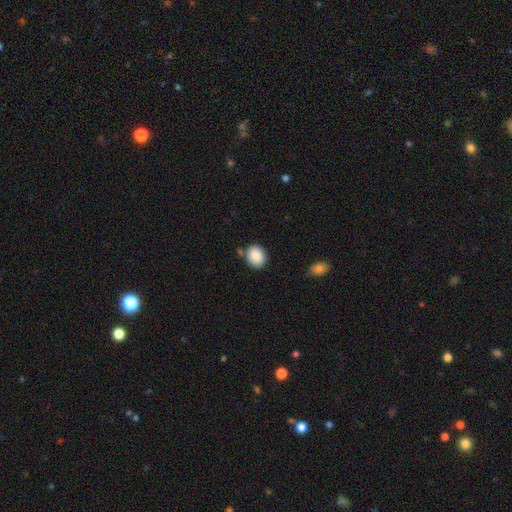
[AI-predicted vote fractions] The model was most divided on "how rounded": round: 51%, in between: 49%, cigar-shaped: 1%. More confident: smooth or featured — smooth (88%); merging — none (78%).